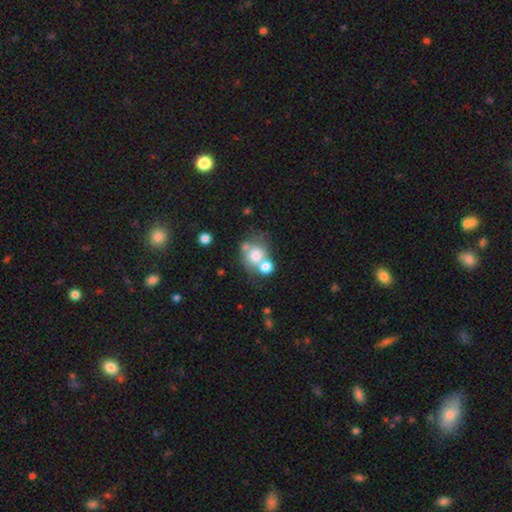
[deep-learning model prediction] The model was most divided on "merging": merger: 54%, none: 30%, minor disturbance: 9%, major disturbance: 7%. More confident: smooth or featured — smooth (68%); how rounded — round (68%).